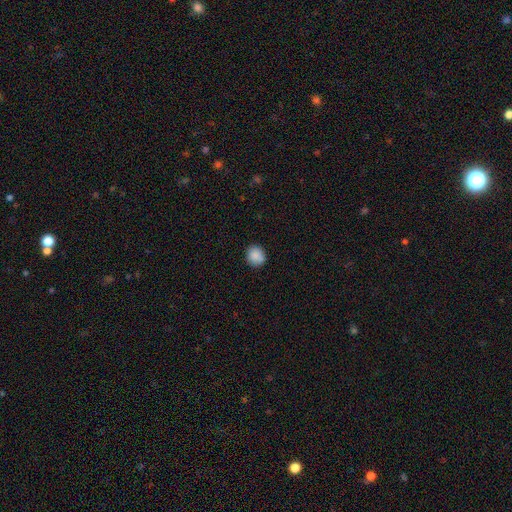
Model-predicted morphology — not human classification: A smooth galaxy with no disk features (88%) that is round (78%).

Vote fractions:
- Smooth or featured? smooth: 88% / star or artifact: 9% / featured or disk: 4%
- How rounded? round: 78% / in between: 21% / cigar-shaped: 1%
- Merging? none: 84% / minor disturbance: 11% / major disturbance: 2% / merger: 2%